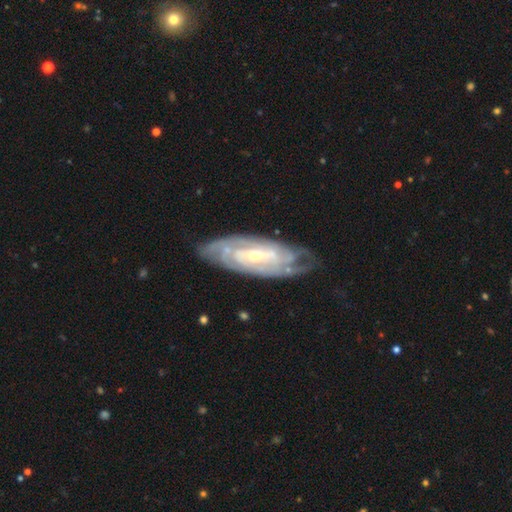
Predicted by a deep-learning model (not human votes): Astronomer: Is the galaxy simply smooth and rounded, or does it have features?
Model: featured or disk — 86%.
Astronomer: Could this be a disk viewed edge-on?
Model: no — 90%.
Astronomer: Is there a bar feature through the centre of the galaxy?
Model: weak — 40% (runner-up: strong, 32%).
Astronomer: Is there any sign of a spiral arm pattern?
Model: yes — 94%.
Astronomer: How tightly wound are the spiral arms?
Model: tight — 69%.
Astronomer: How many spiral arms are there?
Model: can't tell — 39% (runner-up: 2, 28%).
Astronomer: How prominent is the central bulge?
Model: small — 58% (runner-up: moderate, 39%).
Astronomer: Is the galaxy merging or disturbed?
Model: none — 73%.